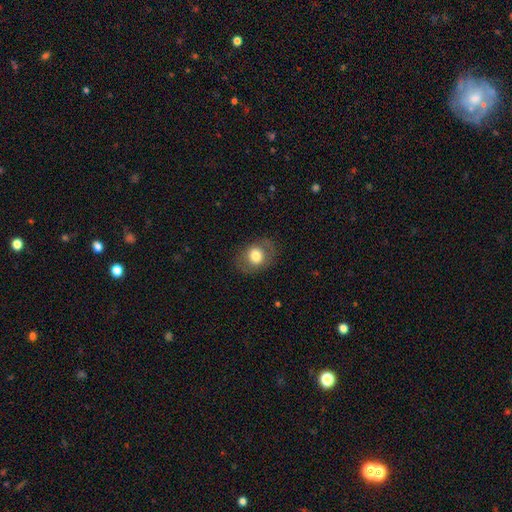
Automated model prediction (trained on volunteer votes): A smooth galaxy with no disk features (73%) that is in between round and cigar-shaped (53%).

Vote fractions:
- Smooth or featured? smooth: 73% / featured or disk: 19% / star or artifact: 8%
- How rounded? in between: 53% / round: 46% / cigar-shaped: 1%
- Merging? none: 79% / minor disturbance: 13% / major disturbance: 6% / merger: 1%